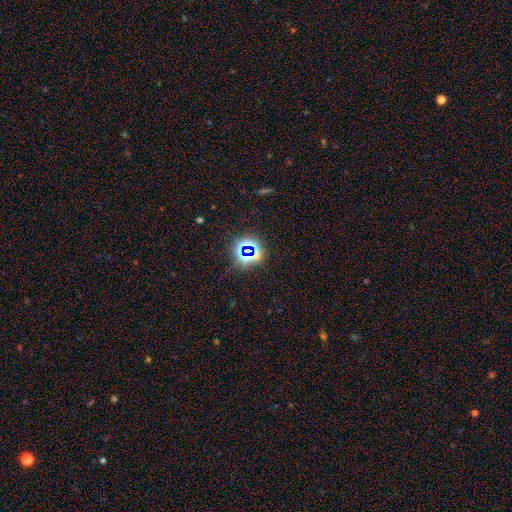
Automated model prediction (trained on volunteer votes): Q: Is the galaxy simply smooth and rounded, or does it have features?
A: star or artifact — 74%.